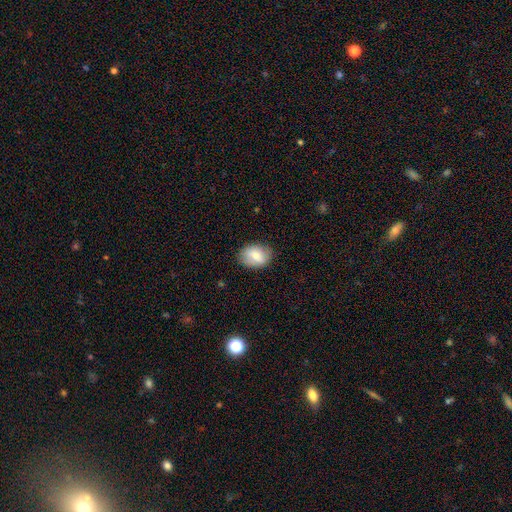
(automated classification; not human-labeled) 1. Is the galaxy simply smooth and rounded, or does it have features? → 72% smooth, 21% featured or disk, 7% star or artifact.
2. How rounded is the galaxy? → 71% in between, 28% round, 1% cigar-shaped.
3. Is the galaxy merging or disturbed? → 81% none, 14% minor disturbance, 3% major disturbance, 1% merger.